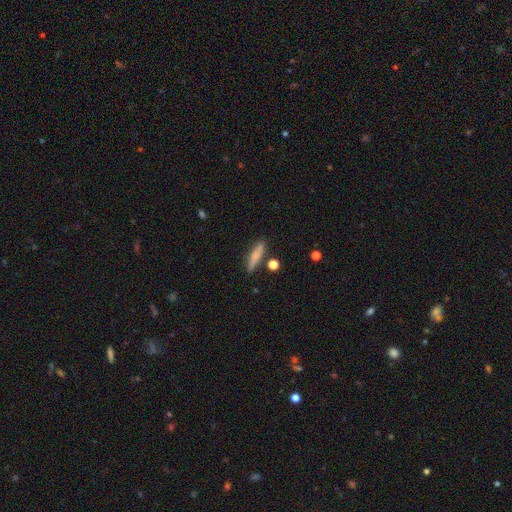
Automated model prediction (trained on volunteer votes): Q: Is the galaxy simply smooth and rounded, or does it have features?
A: smooth — 70%.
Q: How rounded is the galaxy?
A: cigar-shaped — 79%.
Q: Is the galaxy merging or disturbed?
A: none — 78%.